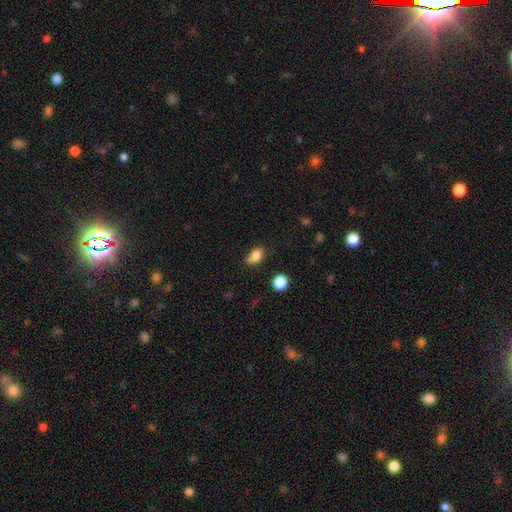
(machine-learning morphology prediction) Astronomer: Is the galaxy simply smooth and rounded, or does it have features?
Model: smooth — 80%.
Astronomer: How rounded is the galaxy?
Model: in between — 77%.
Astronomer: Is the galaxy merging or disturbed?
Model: none — 55%.